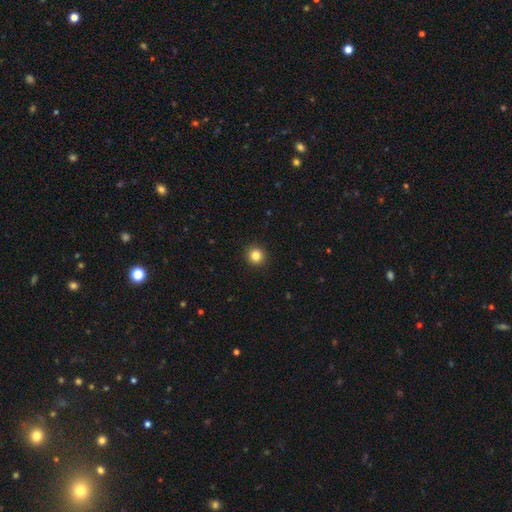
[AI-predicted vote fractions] smooth-or-featured: smooth: 84% | star or artifact: 11% | featured or disk: 5%
  how-rounded: round: 94% | in between: 5% | cigar-shaped: 1%
  merging: none: 93% | minor disturbance: 4% | major disturbance: 2% | merger: 1%